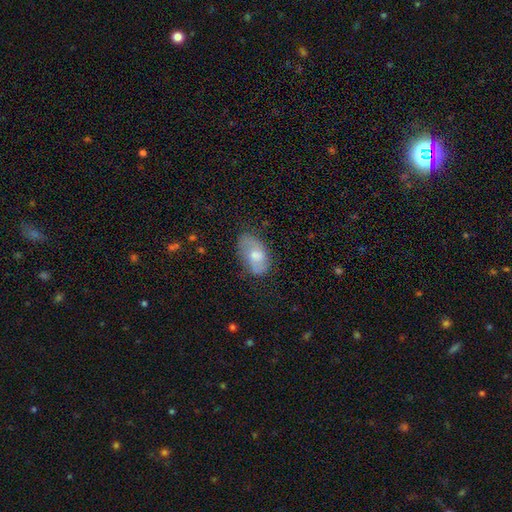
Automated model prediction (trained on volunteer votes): smooth 53%, featured or disk 39%, star or artifact 8%. Down the decision tree: how rounded — in between (92%); merging — none (66%).